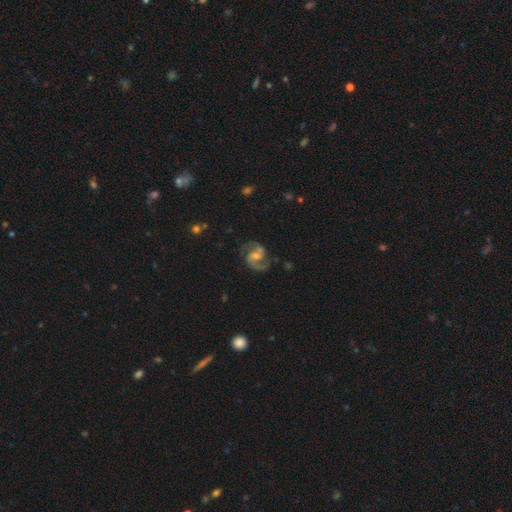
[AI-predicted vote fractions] Smooth or featured?
  - featured or disk: 88% *
  - star or artifact: 6%
  - smooth: 6%
Edge-on disk?
  - no: 98% *
  - yes: 2%
Bar?
  - weak: 50% *
  - no: 34%
  - strong: 17%
Spiral arms?
  - yes: 97% *
  - no: 3%
Spiral winding?
  - medium: 61% *
  - loose: 23%
  - tight: 16%
Spiral arm count?
  - 2: 92% *
  - can't tell: 2%
  - 1: 2%
  - 3: 1%
  - 4: 1%
  - more than 4: 1%
Bulge size?
  - moderate: 53% *
  - small: 38%
  - none: 4%
  - large: 4%
  - dominant: 1%
Merging?
  - none: 78% *
  - minor disturbance: 14%
  - major disturbance: 6%
  - merger: 2%